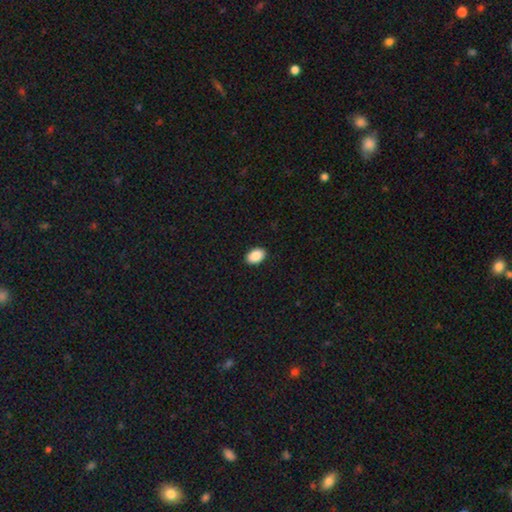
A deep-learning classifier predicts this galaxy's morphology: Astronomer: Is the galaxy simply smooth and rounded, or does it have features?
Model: smooth — 89%.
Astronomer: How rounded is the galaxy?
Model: in between — 86%.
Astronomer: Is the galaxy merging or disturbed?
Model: none — 91%.